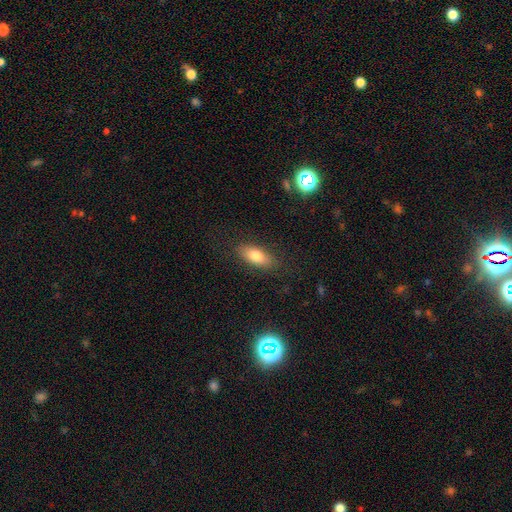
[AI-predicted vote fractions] Smooth or featured? smooth (79%)
How rounded? in between (82%)
Merging? none (84%)